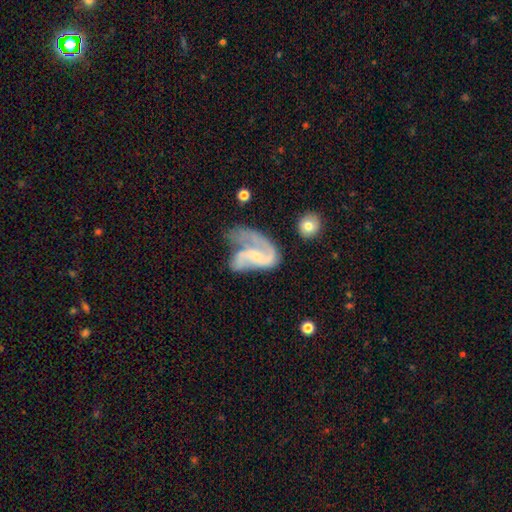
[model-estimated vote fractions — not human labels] A featured or disk galaxy (82%) with no bar (46%), 2 (69%) loose (49%) spiral arms (89%) and a small central bulge (64%).

Vote fractions:
- Smooth or featured? featured or disk: 82% / smooth: 13% / star or artifact: 6%
- Edge-on disk? no: 97% / yes: 3%
- Bar? no: 46% / weak: 39% / strong: 16%
- Spiral arms? yes: 89% / no: 11%
- Spiral winding? loose: 49% / medium: 39% / tight: 13%
- Spiral arm count? 2: 69% / 1: 18% / can't tell: 7% / 3: 3% / 4: 1% / more than 4: 1%
- Bulge size? small: 64% / moderate: 20% / none: 13% / large: 2% / dominant: 1%
- Merging? major disturbance: 43% / none: 24% / minor disturbance: 21% / merger: 12%